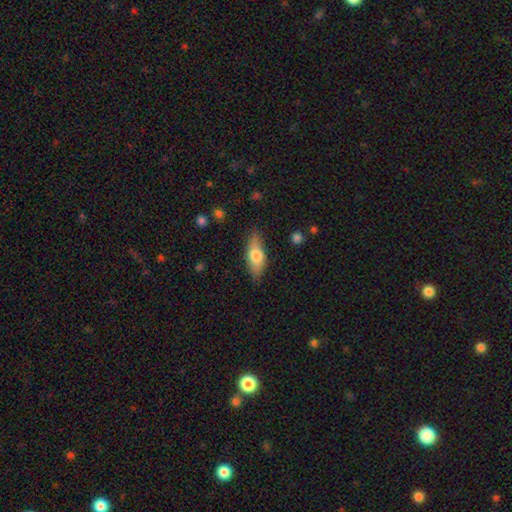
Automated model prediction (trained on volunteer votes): Smooth or featured? smooth (67%)
How rounded? in between (73%)
Merging? none (79%)